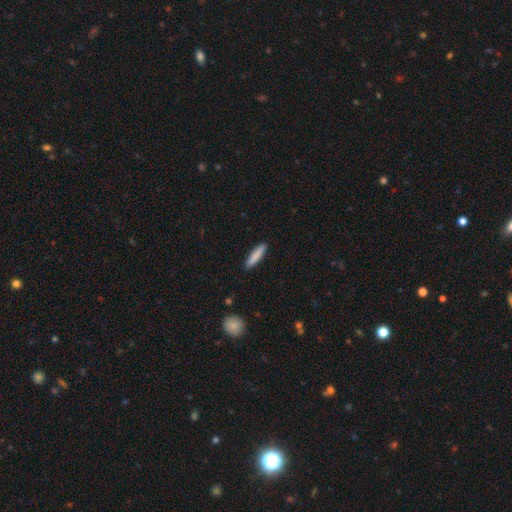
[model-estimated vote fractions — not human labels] smooth 84%, featured or disk 10%, star or artifact 6%. Down the decision tree: how rounded — cigar-shaped (85%); merging — none (90%).